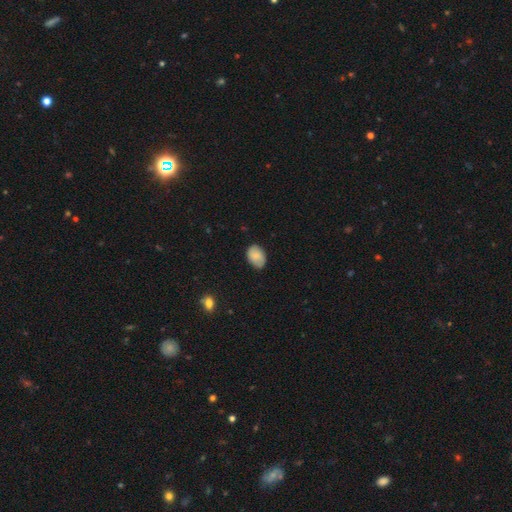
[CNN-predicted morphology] Smooth or featured? smooth (83%)
How rounded? in between (80%)
Merging? none (77%)